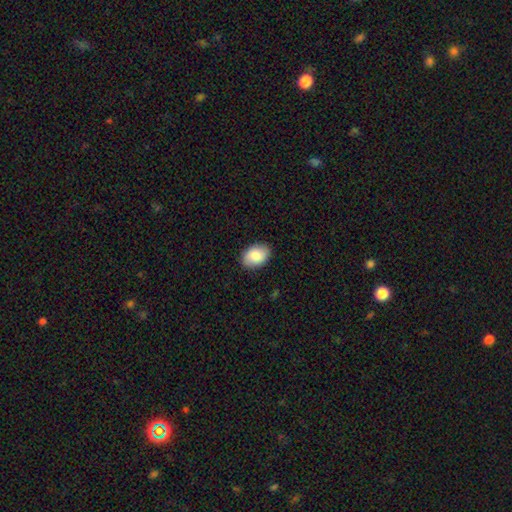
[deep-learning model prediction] smooth 85%, featured or disk 9%, star or artifact 6%. Down the decision tree: how rounded — in between (86%); merging — none (87%).